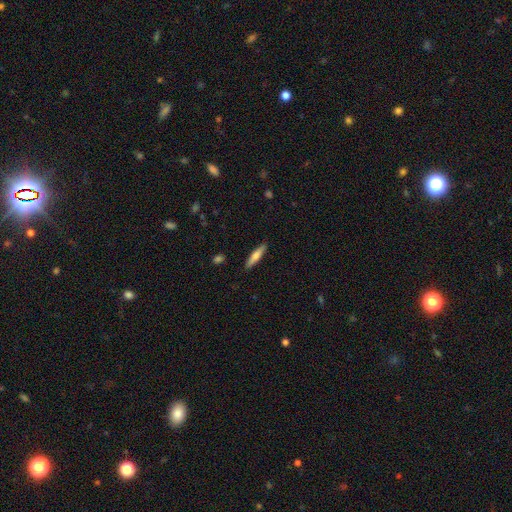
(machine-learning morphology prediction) Q: Smooth or featured?
A: smooth (63%); runner-up: featured or disk (31%)
Q: How rounded?
A: cigar-shaped (85%); runner-up: in between (13%)
Q: Merging?
A: none (90%); runner-up: minor disturbance (7%)